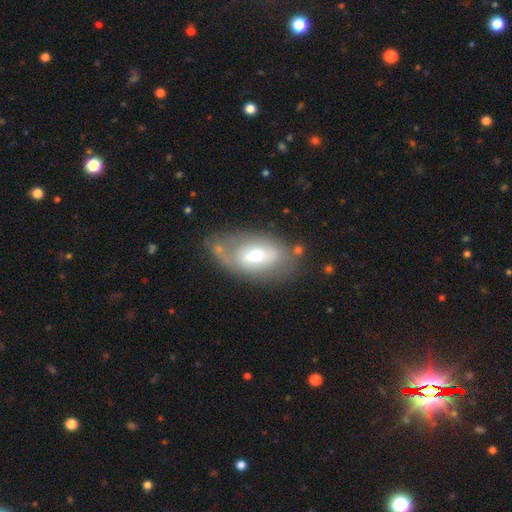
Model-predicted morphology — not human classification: Q: Smooth or featured?
A: featured or disk (48%); runner-up: smooth (45%)
Q: Merging?
A: none (51%); runner-up: minor disturbance (24%)